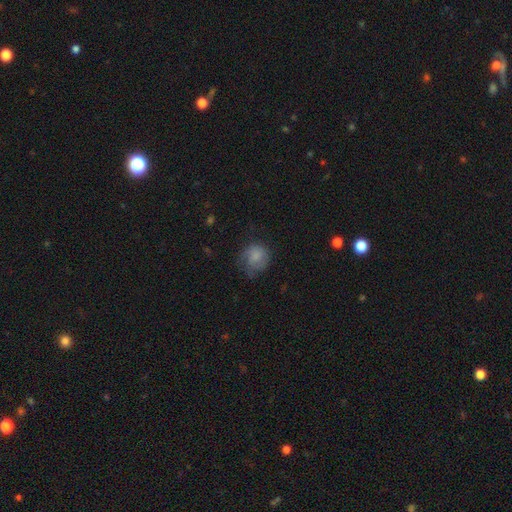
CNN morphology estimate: Smooth or featured? Predicted: smooth (p=0.68). How rounded? Predicted: round (p=0.75). Merging? Predicted: none (p=0.47).